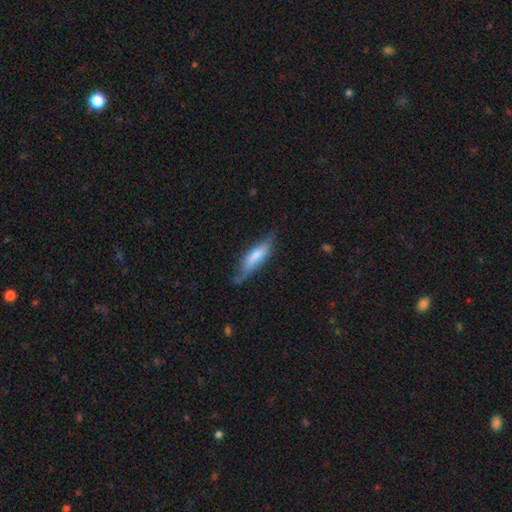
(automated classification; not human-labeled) Overall: smooth (61%; featured or disk 33%). How rounded: cigar-shaped (60%; in between 38%). Merging: none (52%; minor disturbance 34%).